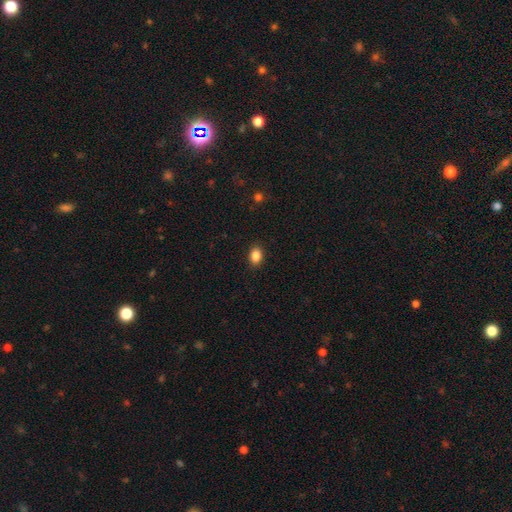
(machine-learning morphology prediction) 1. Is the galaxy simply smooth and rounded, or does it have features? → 86% smooth, 9% star or artifact, 4% featured or disk.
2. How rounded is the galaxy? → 68% in between, 31% round, 1% cigar-shaped.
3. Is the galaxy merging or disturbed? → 90% none, 7% minor disturbance, 2% major disturbance, 1% merger.